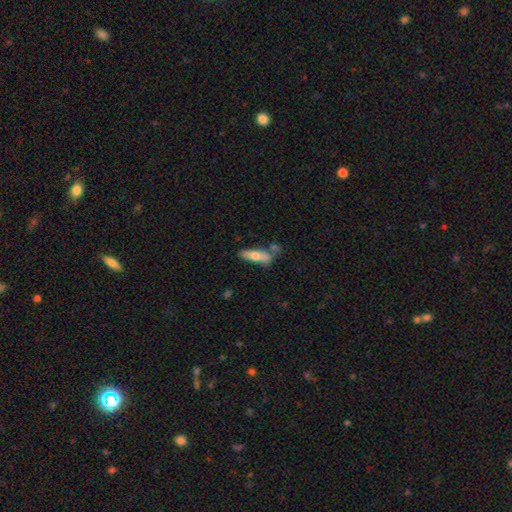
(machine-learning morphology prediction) Smooth or featured? smooth (65%)
How rounded? cigar-shaped (53%)
Merging? none (58%)